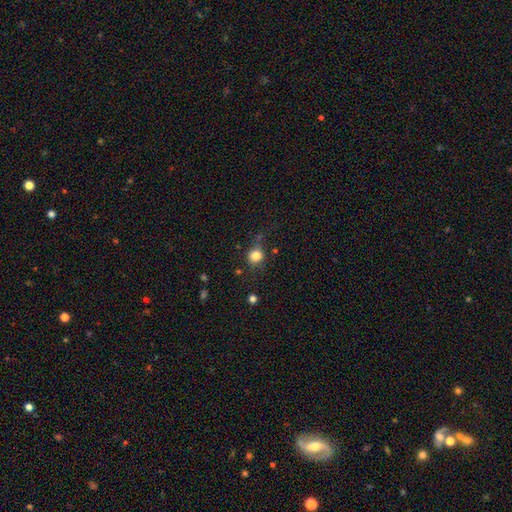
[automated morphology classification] smooth-or-featured: smooth: 81% | star or artifact: 12% | featured or disk: 7%
  how-rounded: round: 83% | in between: 16% | cigar-shaped: 1%
  merging: none: 69% | minor disturbance: 20% | major disturbance: 7% | merger: 4%